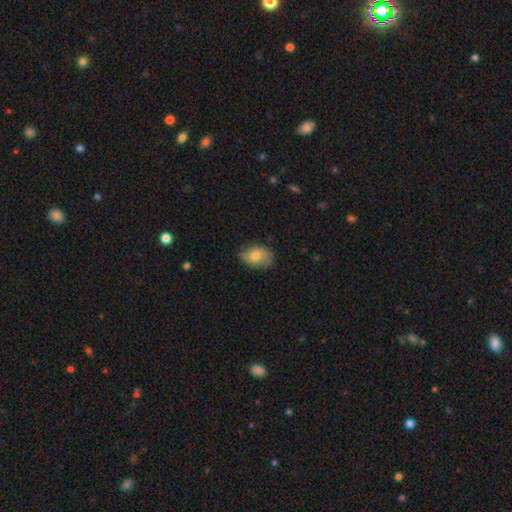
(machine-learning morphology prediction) smooth_or_featured: smooth (p=0.67) [alt: featured or disk p=0.26]
how_rounded: in between (p=0.83) [alt: round p=0.15]
merging: none (p=0.75) [alt: minor disturbance p=0.20]